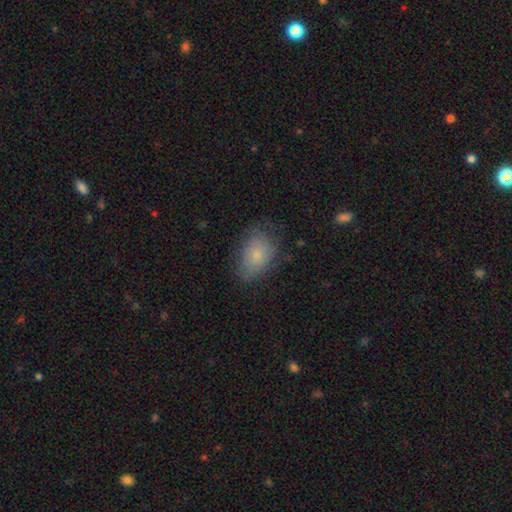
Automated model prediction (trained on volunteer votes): Morphology: type=smooth (78%); roundness=in between (84%); merging=none (65%).